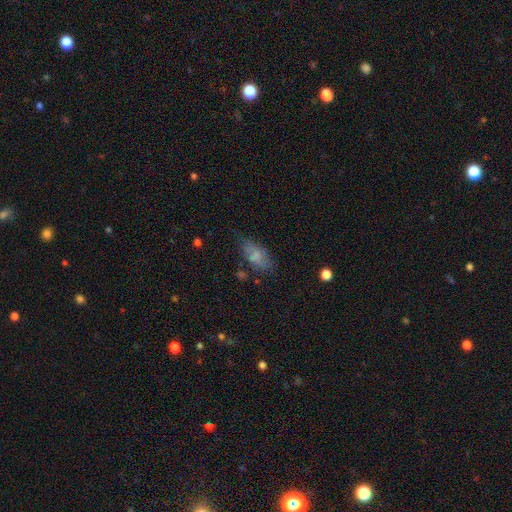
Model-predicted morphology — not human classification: This is likely a smooth galaxy (69%). How rounded: clearly in between (87%). Merging: possibly none (60%).